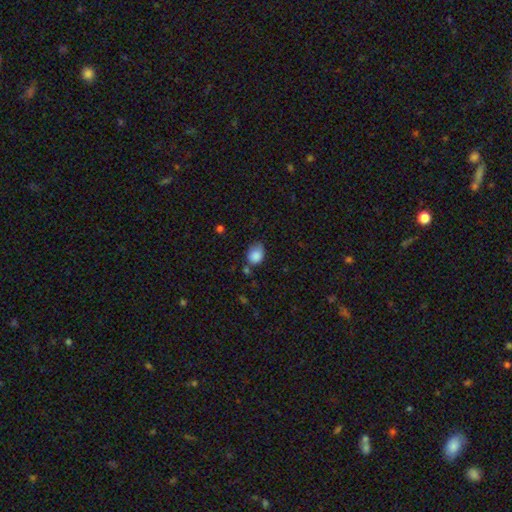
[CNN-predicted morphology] A smooth galaxy with no disk features (86%) that is in between round and cigar-shaped (54%).

Vote fractions:
- Smooth or featured? smooth: 86% / star or artifact: 9% / featured or disk: 6%
- How rounded? in between: 54% / round: 45% / cigar-shaped: 1%
- Merging? none: 47% / minor disturbance: 37% / major disturbance: 9% / merger: 7%